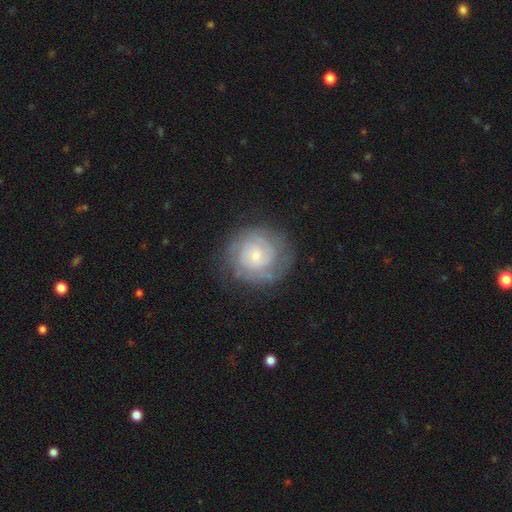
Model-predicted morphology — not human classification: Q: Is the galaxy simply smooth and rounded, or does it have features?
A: featured or disk — 72%.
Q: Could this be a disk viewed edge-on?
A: no — 98%.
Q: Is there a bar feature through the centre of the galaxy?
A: no — 69%.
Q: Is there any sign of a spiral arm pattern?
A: yes — 90%.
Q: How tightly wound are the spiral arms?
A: tight — 70%.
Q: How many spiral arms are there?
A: can't tell — 37%.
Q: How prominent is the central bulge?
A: small — 64%.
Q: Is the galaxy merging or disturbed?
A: none — 76%.